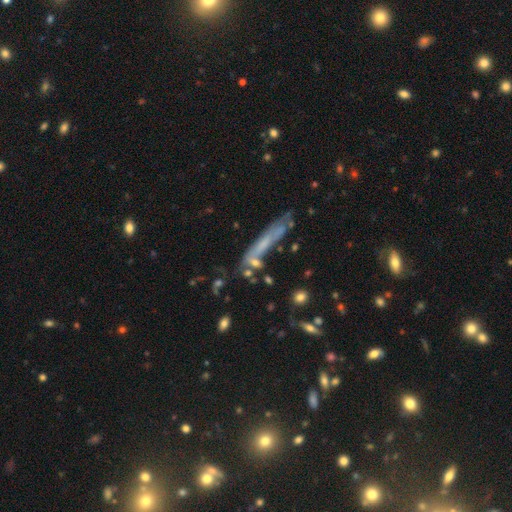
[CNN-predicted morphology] A smooth galaxy with no disk features (47%).

Vote fractions:
- Smooth or featured? smooth: 47% / featured or disk: 43% / star or artifact: 11%
- Merging? none: 46% / minor disturbance: 25% / major disturbance: 15% / merger: 14%